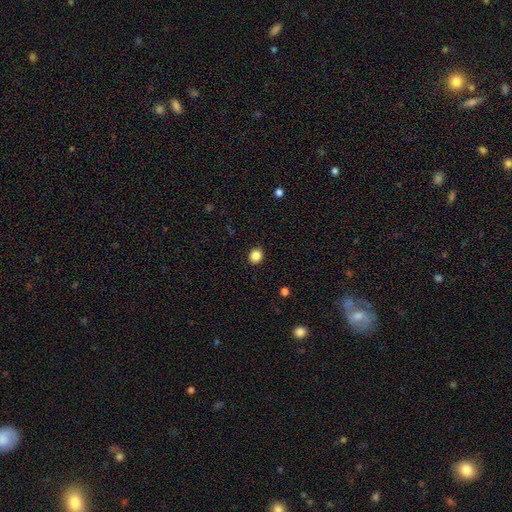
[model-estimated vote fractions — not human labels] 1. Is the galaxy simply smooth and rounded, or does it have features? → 86% smooth, 11% star or artifact, 3% featured or disk.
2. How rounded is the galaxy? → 83% round, 16% in between, 1% cigar-shaped.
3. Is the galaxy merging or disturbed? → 92% none, 6% minor disturbance, 2% major disturbance, 1% merger.